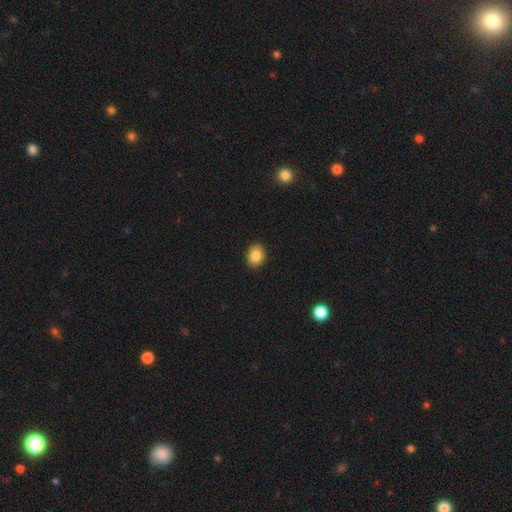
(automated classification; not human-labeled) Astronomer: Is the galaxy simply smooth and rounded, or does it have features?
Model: smooth — 86%.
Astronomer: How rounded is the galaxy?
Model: in between — 57% (runner-up: round, 42%).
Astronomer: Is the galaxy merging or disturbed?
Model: none — 91%.